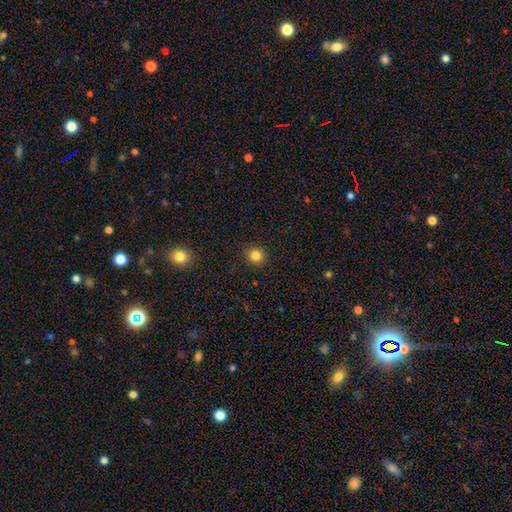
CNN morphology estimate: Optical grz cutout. It shows a smooth galaxy with no disk features (83%) that is round (93%). Merging: none (91%).